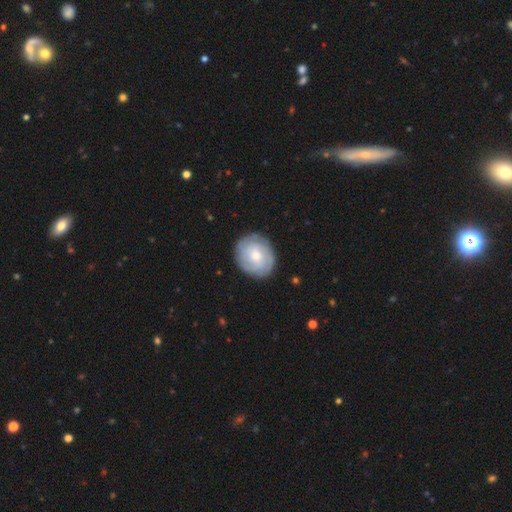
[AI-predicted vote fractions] This appears to be a featured or disk galaxy (52%) with no bar (67%), spiral arms (76%) and a moderate central bulge (56%). Merging: none (83%).